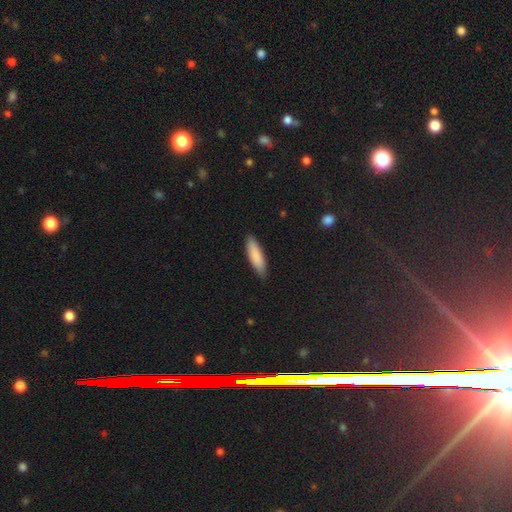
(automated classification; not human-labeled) A smooth galaxy with no disk features (86%) that is cigar-shaped (61%). Merging: none (86%).